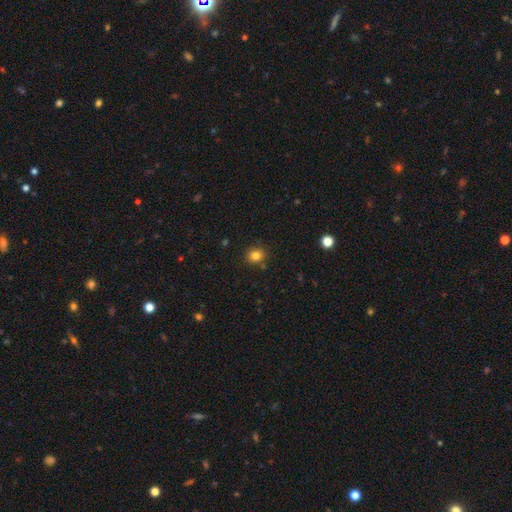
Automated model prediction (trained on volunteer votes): Q: Smooth or featured?
A: smooth (82%); runner-up: star or artifact (12%)
Q: How rounded?
A: round (72%); runner-up: in between (28%)
Q: Merging?
A: none (84%); runner-up: minor disturbance (10%)